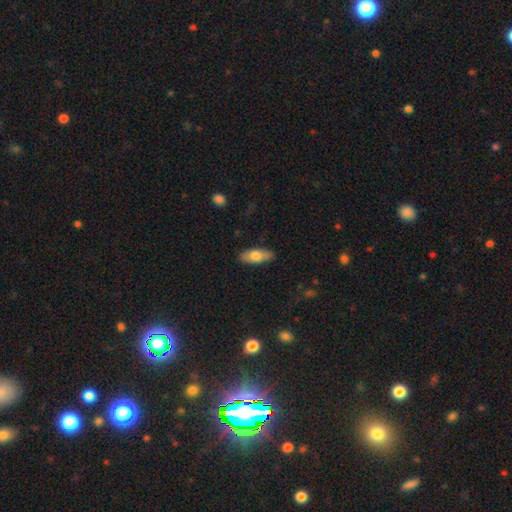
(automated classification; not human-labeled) smooth 74%, featured or disk 20%, star or artifact 6%. Down the decision tree: how rounded — in between (77%); merging — none (87%).